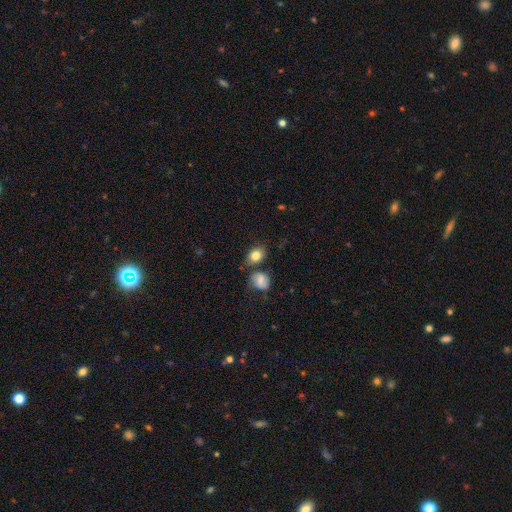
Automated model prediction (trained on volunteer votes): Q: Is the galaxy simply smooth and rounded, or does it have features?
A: smooth — 83%.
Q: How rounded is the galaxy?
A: in between — 60%.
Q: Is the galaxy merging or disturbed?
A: none — 68%.